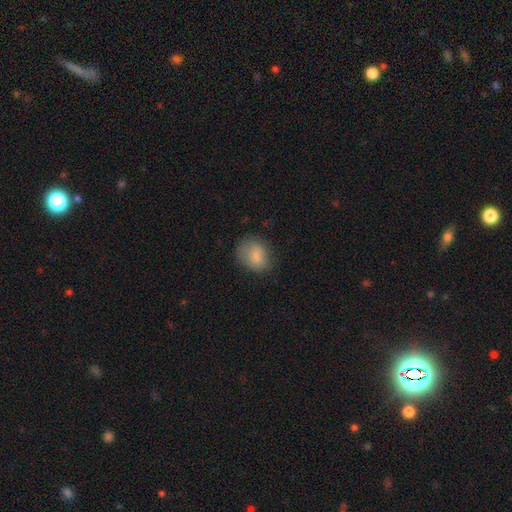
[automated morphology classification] The model was most divided on "how rounded": in between: 50%, round: 49%, cigar-shaped: 1%. More confident: smooth or featured — smooth (78%); merging — none (63%).